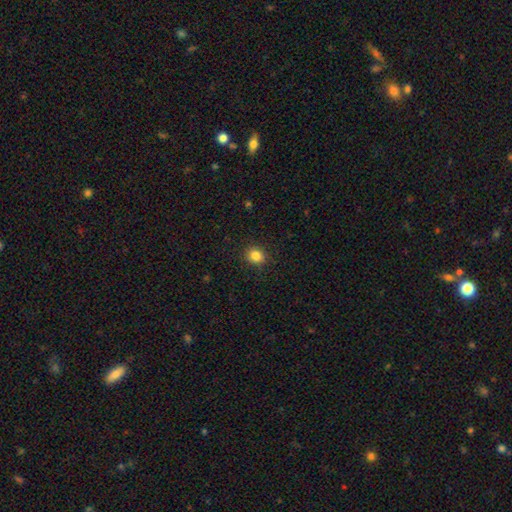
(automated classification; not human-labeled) Smooth or featured: smooth — 86% (star or artifact — 10%)
How rounded: round — 72% (in between — 27%)
Merging: none — 89% (minor disturbance — 8%)